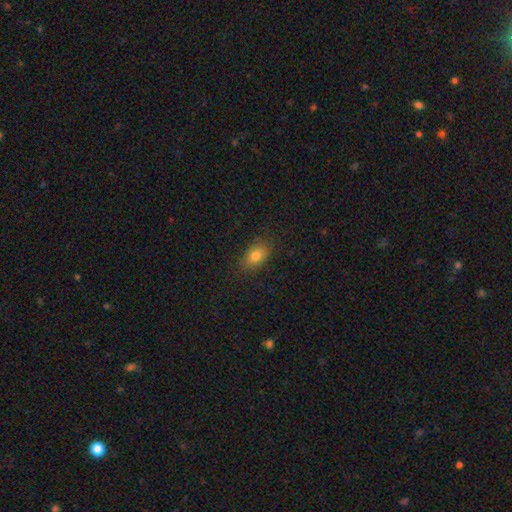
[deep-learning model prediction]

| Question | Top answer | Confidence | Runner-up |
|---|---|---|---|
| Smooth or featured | smooth | 80% | star or artifact (10%) |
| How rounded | in between | 83% | round (15%) |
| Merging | none | 82% | minor disturbance (14%) |